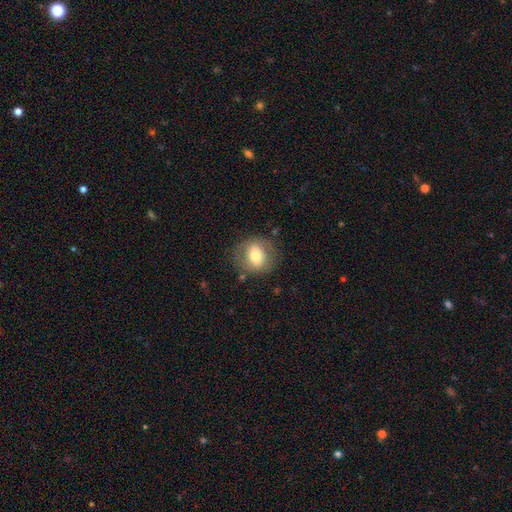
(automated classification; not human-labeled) Smooth or featured? smooth (65%)
How rounded? round (70%)
Merging? none (79%)